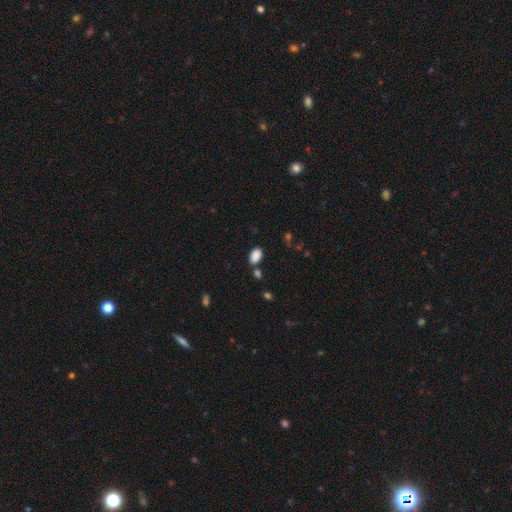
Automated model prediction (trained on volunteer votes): A smooth galaxy with no disk features (87%) that is in between round and cigar-shaped (92%).

Vote fractions:
- Smooth or featured? smooth: 87% / star or artifact: 9% / featured or disk: 4%
- How rounded? in between: 92% / round: 6% / cigar-shaped: 2%
- Merging? none: 75% / minor disturbance: 13% / merger: 8% / major disturbance: 4%